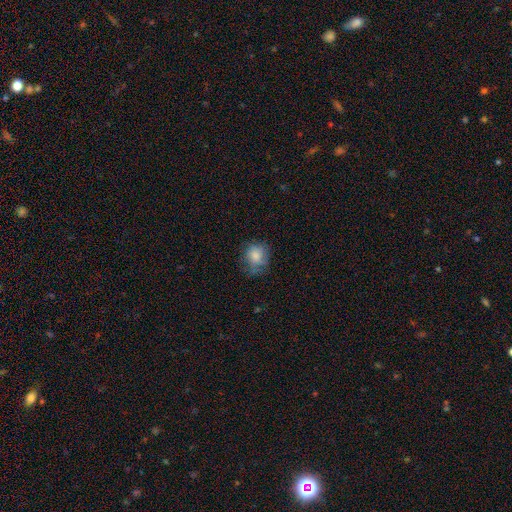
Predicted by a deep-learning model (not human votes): Smooth or featured? smooth (75%)
How rounded? round (68%)
Merging? none (57%)